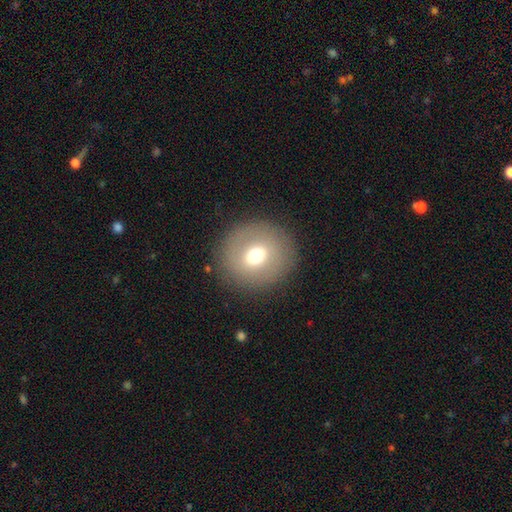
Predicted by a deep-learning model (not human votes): This appears to be a smooth galaxy with no disk features (63%) that is round (88%). Merging: none (88%).